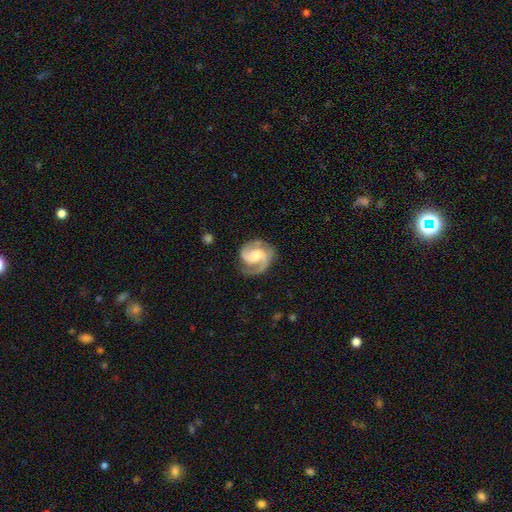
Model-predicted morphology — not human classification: This is clearly a featured or disk galaxy (90%). It is clearly not viewed edge-on (98%). Bar: possibly weak (47%). Spiral arm pattern: clearly yes (98%). Spiral arm count: clearly 2 (90%). Spiral winding: possibly medium (54%). Central bulge: marginally moderate (42%). Merging: likely none (77%).